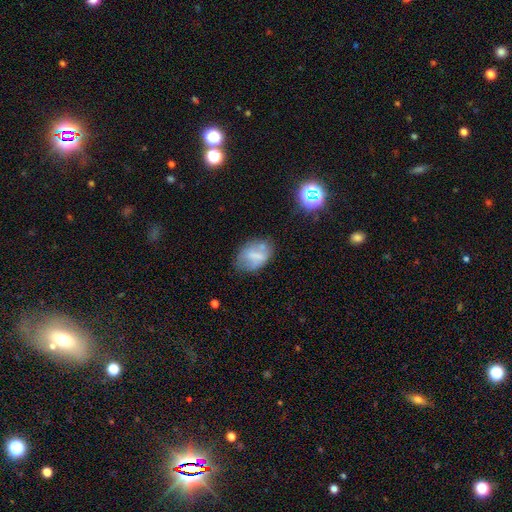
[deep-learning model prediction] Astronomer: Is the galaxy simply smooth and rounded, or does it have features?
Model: smooth — 56% (runner-up: featured or disk, 34%).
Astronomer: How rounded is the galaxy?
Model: in between — 82%.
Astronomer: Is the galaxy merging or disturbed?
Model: none — 54%.